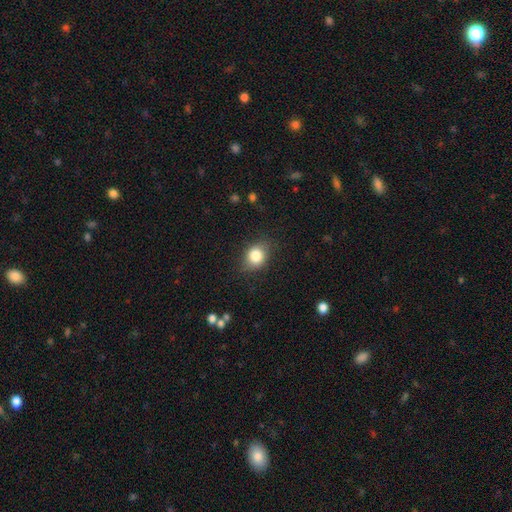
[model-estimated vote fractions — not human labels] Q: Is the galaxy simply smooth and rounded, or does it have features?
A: smooth — 81%.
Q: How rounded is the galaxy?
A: round — 53%.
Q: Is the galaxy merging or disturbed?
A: none — 80%.